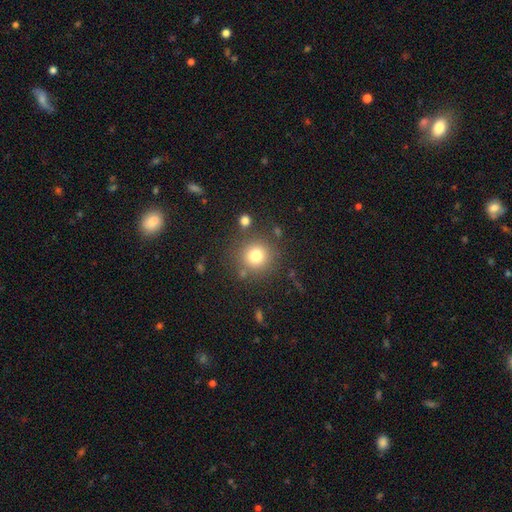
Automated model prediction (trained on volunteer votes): Smooth or featured?
  - smooth: 78% *
  - star or artifact: 13%
  - featured or disk: 9%
How rounded?
  - round: 93% *
  - in between: 6%
  - cigar-shaped: 1%
Merging?
  - none: 83% *
  - minor disturbance: 8%
  - merger: 5%
  - major disturbance: 4%